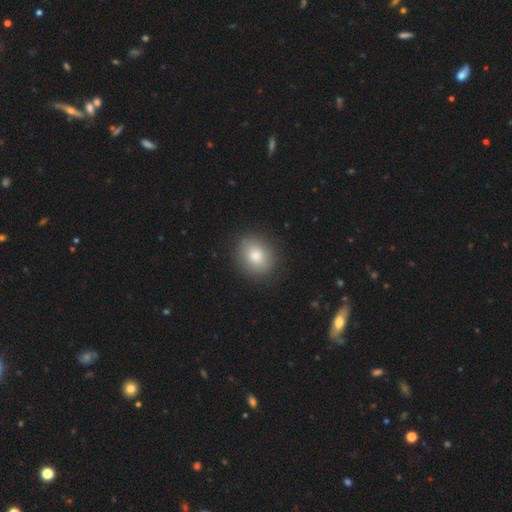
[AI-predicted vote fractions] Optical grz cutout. It shows a smooth galaxy with no disk features (82%) that is round (63%). Merging: none (86%).